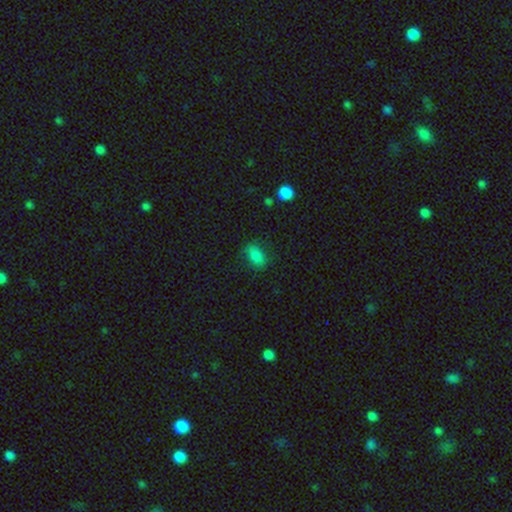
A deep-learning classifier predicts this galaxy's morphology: Smooth or featured? Predicted: smooth (p=0.83). How rounded? Predicted: in between (p=0.84). Merging? Predicted: none (p=0.75).